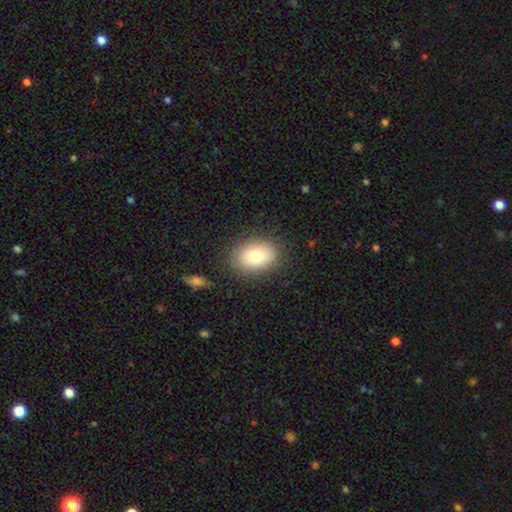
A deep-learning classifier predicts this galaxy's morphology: Overall: smooth (77%). How rounded: in between (74%). Merging: none (85%).